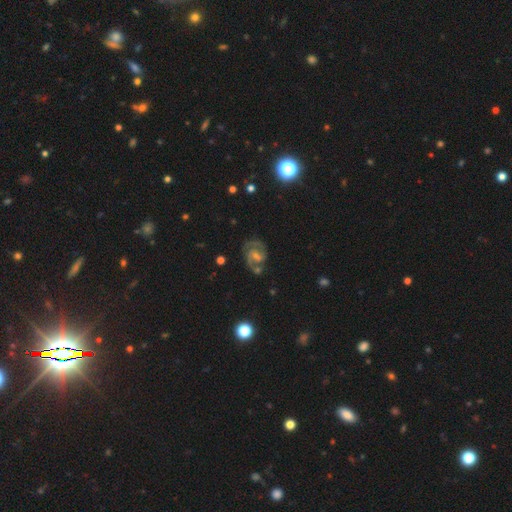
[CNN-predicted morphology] Smooth or featured? featured or disk (81%)
Edge-on disk? no (98%)
Bar? weak (51%)
Spiral arms? yes (95%)
Spiral winding? medium (54%)
Spiral arm count? 2 (79%)
Bulge size? small (50%)
Merging? none (62%)